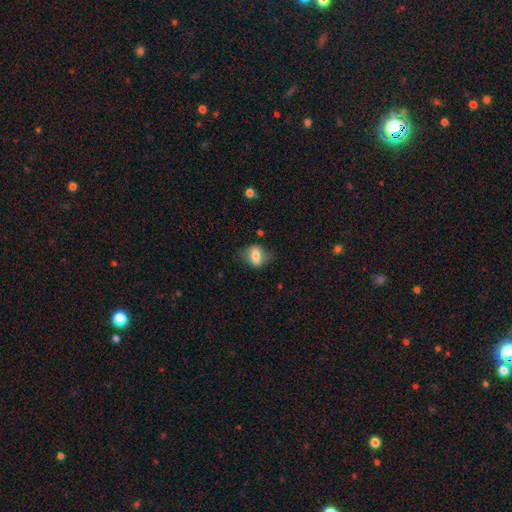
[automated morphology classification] Q: Smooth or featured?
A: smooth (68%); runner-up: featured or disk (24%)
Q: How rounded?
A: in between (70%); runner-up: round (28%)
Q: Merging?
A: none (67%); runner-up: minor disturbance (22%)